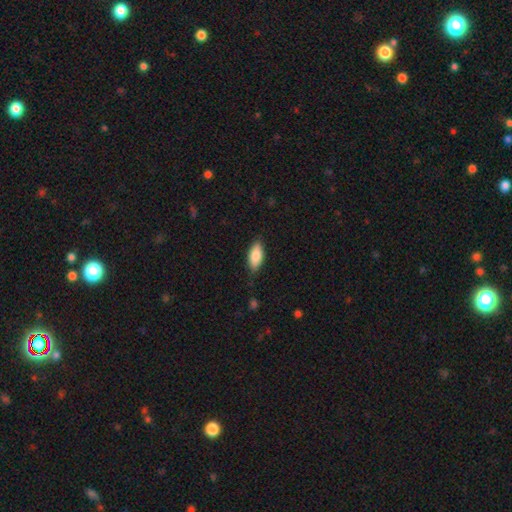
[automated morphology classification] smooth-or-featured: smooth: 82% | featured or disk: 12% | star or artifact: 6%
  how-rounded: in between: 85% | cigar-shaped: 13% | round: 2%
  merging: none: 82% | minor disturbance: 14% | major disturbance: 2% | merger: 1%